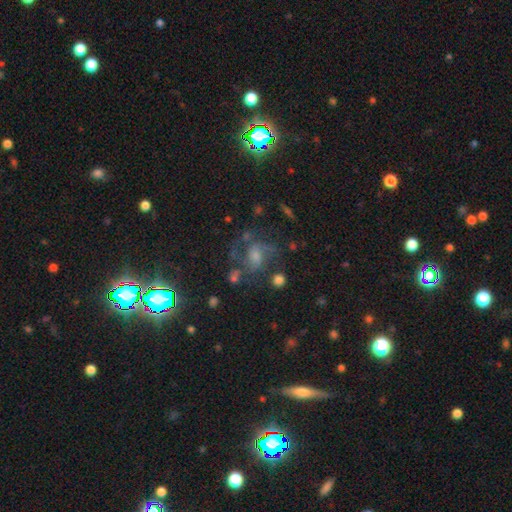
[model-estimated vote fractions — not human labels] This is possibly a featured or disk galaxy (54%). It is clearly not viewed edge-on (97%). Bar: possibly no (57%). Spiral arm pattern: likely yes (79%). Central bulge: marginally moderate (41%). Merging: possibly none (51%).